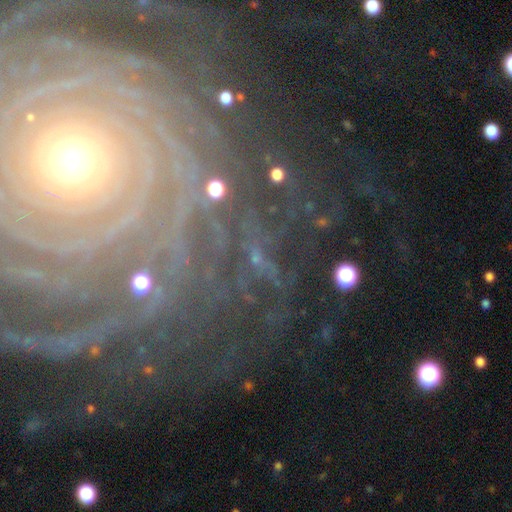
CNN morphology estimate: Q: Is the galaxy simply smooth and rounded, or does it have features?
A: featured or disk — 83%.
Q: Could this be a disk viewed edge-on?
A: no — 97%.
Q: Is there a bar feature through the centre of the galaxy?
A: no — 74%.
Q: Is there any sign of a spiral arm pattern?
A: yes — 97%.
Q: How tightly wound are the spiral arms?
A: tight — 87%.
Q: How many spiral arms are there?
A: more than 4 — 38%.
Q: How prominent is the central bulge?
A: small — 52%.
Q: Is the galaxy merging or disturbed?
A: none — 80%.